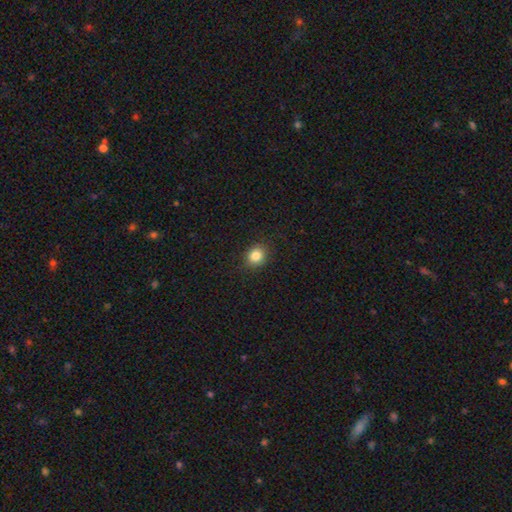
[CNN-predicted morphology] This is clearly a smooth galaxy (84%). How rounded: likely round (73%). Merging: clearly none (89%).